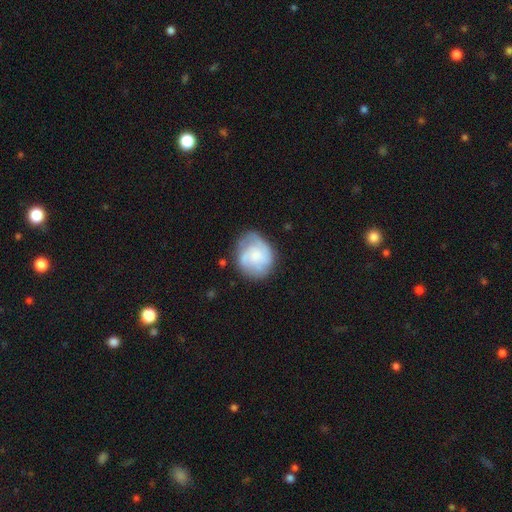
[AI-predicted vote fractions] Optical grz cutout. It shows a featured or disk galaxy (54%) with no bar (76%), spiral arms (81%) and a small central bulge (34%). Merging: none (63%).